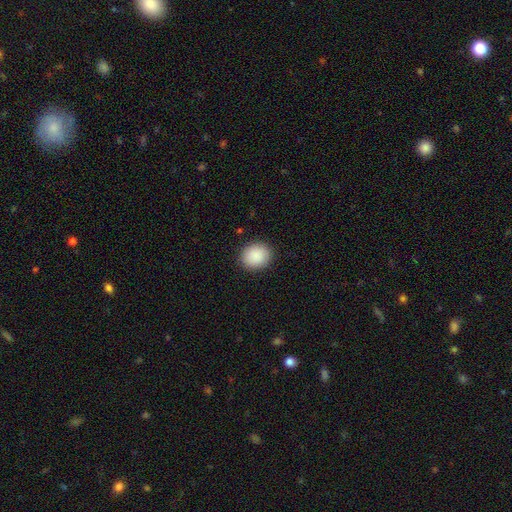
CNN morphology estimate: This appears to be a smooth galaxy with no disk features (90%) that is round (70%). Merging: none (90%).